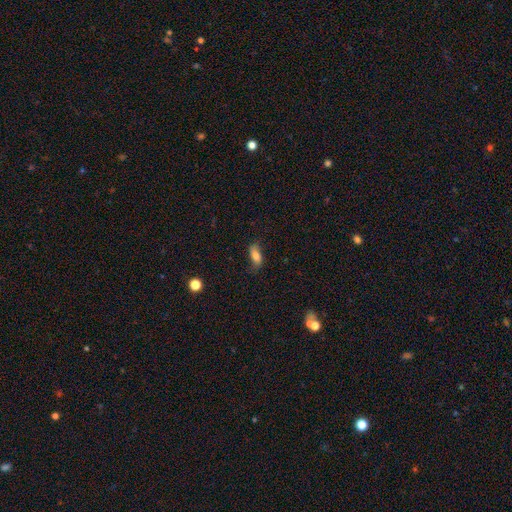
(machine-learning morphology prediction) smooth_or_featured: smooth (p=0.68) [alt: featured or disk p=0.24]
how_rounded: in between (p=0.79) [alt: cigar-shaped p=0.17]
merging: none (p=0.70) [alt: minor disturbance p=0.21]